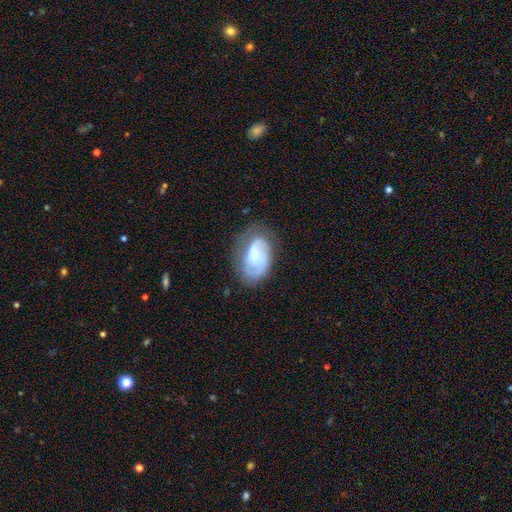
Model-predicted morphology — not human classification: Overall: featured or disk (67%). Edge-on disk: no (97%). Bar: no (57%; weak 36%). Spiral arms: yes (89%). Spiral arm count: 2 (54%; can't tell 19%). Spiral winding: medium (44%; tight 32%). Bulge size: small (40%; moderate 39%). Merging: none (60%; minor disturbance 24%).